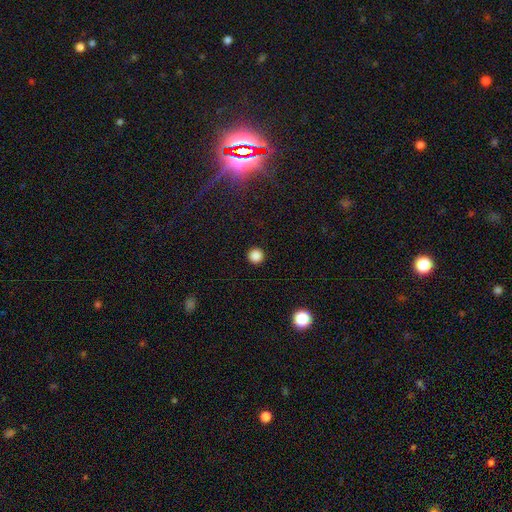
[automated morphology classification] Q: Smooth or featured?
A: smooth (86%); runner-up: star or artifact (12%)
Q: How rounded?
A: round (97%); runner-up: in between (3%)
Q: Merging?
A: none (93%); runner-up: minor disturbance (4%)